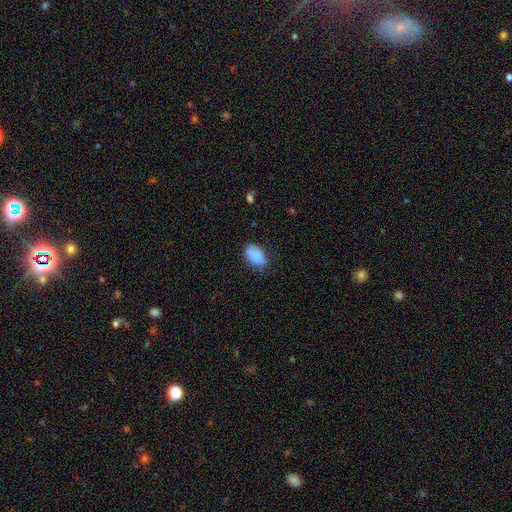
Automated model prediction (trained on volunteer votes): Q: Smooth or featured?
A: smooth (87%); runner-up: star or artifact (7%)
Q: How rounded?
A: in between (91%); runner-up: round (8%)
Q: Merging?
A: none (70%); runner-up: minor disturbance (23%)